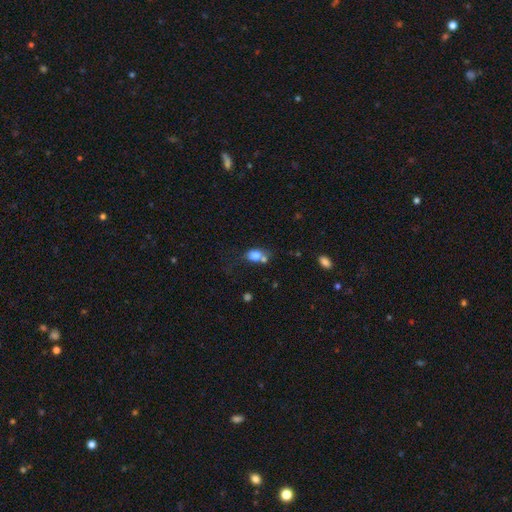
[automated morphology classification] smooth_or_featured: smooth (p=0.79) [alt: star or artifact p=0.11]
how_rounded: in between (p=0.68) [alt: round p=0.30]
merging: none (p=0.37) [alt: merger p=0.36]